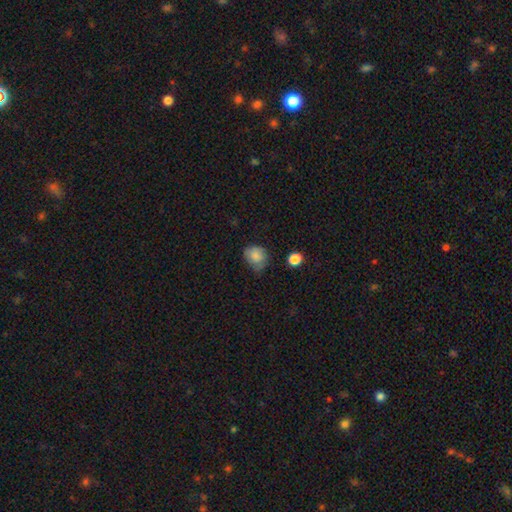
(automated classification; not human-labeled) smooth 81%, featured or disk 10%, star or artifact 10%. Down the decision tree: how rounded — round (63%); merging — none (53%).